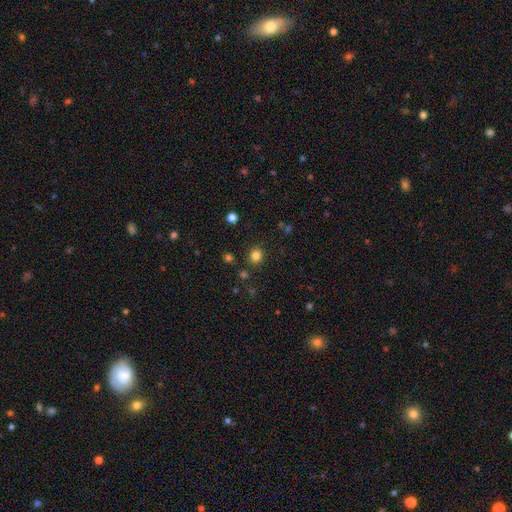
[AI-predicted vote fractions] smooth_or_featured: smooth (p=0.81) [alt: star or artifact p=0.14]
how_rounded: round (p=0.82) [alt: in between p=0.17]
merging: none (p=0.87) [alt: minor disturbance p=0.07]